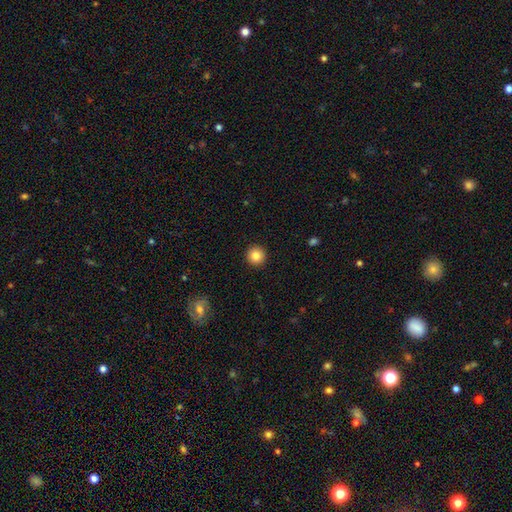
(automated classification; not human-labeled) Morphology: type=smooth (85%); roundness=round (95%); merging=none (93%).